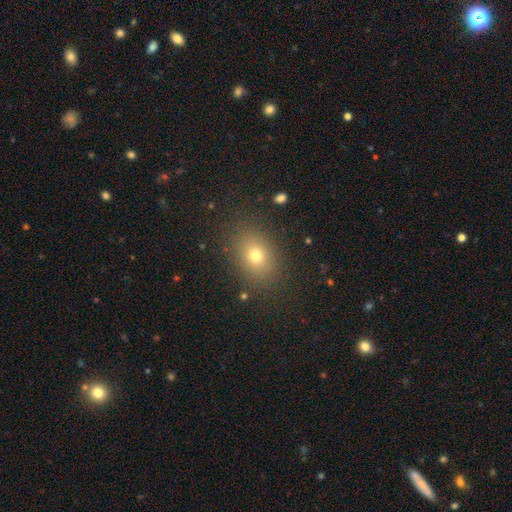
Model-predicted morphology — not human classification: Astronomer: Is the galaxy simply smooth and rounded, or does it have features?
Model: smooth — 74%.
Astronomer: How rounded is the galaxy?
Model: in between — 65%.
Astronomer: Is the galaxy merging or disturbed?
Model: none — 85%.